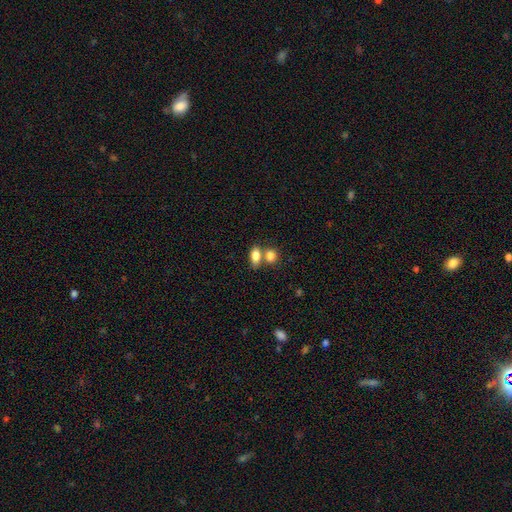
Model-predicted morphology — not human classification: Smooth or featured?
  - smooth: 83% *
  - featured or disk: 9%
  - star or artifact: 8%
How rounded?
  - in between: 82% *
  - round: 13%
  - cigar-shaped: 5%
Merging?
  - merger: 46% *
  - none: 41%
  - minor disturbance: 10%
  - major disturbance: 4%